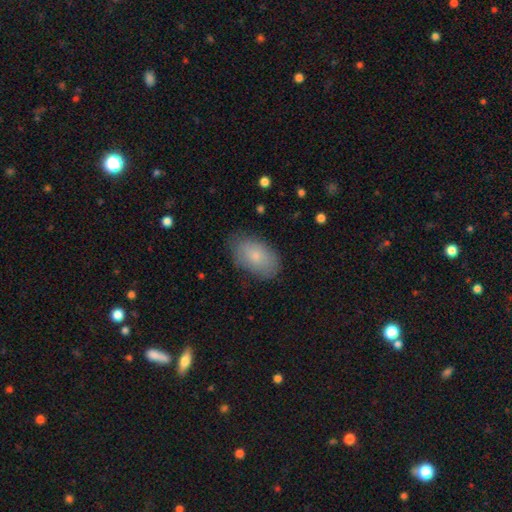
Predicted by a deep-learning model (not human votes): This is likely a smooth galaxy (78%). How rounded: clearly in between (93%). Merging: likely none (78%).